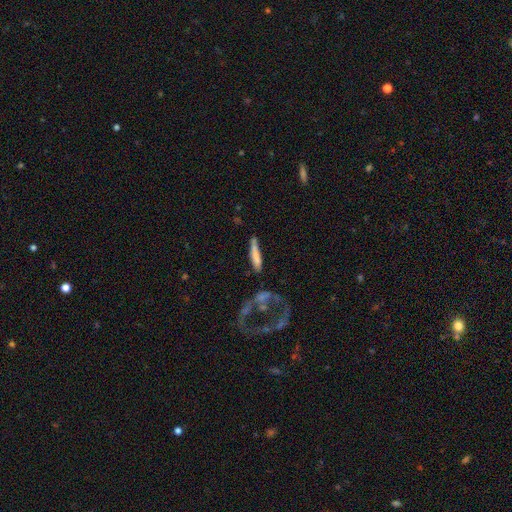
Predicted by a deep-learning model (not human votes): smooth-or-featured: smooth: 70% | featured or disk: 23% | star or artifact: 7%
  how-rounded: cigar-shaped: 88% | in between: 10% | round: 2%
  merging: none: 61% | minor disturbance: 19% | merger: 11% | major disturbance: 10%